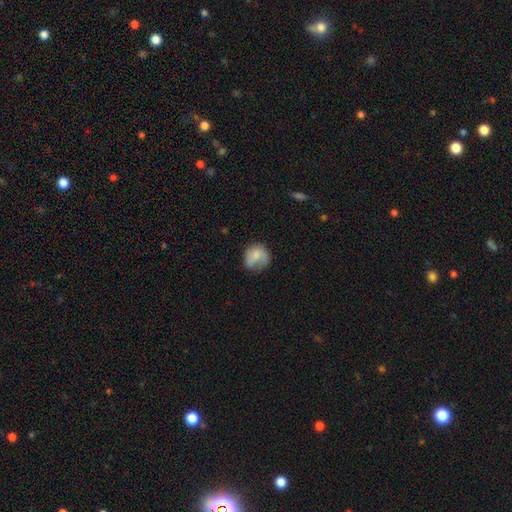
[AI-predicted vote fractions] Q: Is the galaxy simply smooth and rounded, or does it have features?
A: smooth — 66%.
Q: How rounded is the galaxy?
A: round — 77%.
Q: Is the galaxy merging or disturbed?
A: none — 52%.